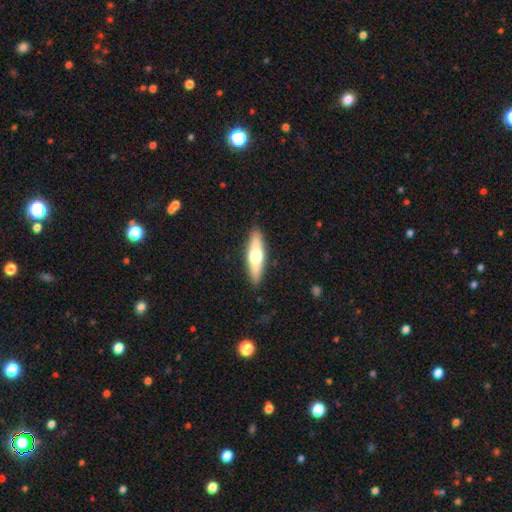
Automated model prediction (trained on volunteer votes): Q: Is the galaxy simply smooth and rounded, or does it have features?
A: smooth — 49%.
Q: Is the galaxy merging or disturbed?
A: none — 88%.